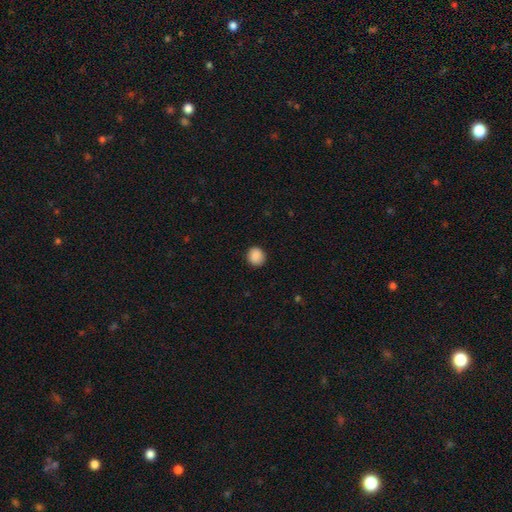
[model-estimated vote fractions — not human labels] smooth_or_featured: smooth (p=0.89) [alt: star or artifact p=0.08]
how_rounded: round (p=0.83) [alt: in between p=0.16]
merging: none (p=0.89) [alt: minor disturbance p=0.08]